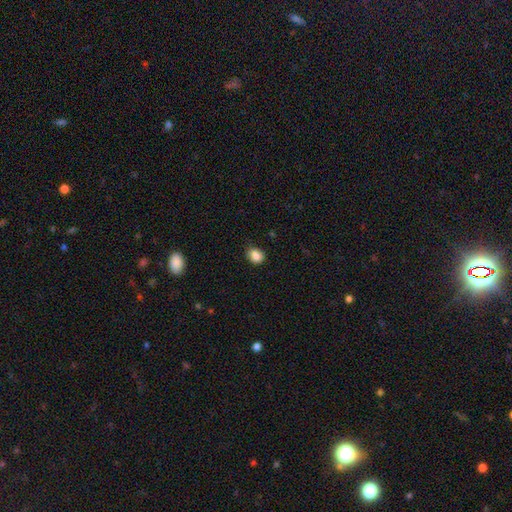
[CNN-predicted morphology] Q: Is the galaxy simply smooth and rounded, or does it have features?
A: smooth — 83%.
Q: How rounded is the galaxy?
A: round — 52%.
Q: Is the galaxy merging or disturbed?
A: none — 69%.